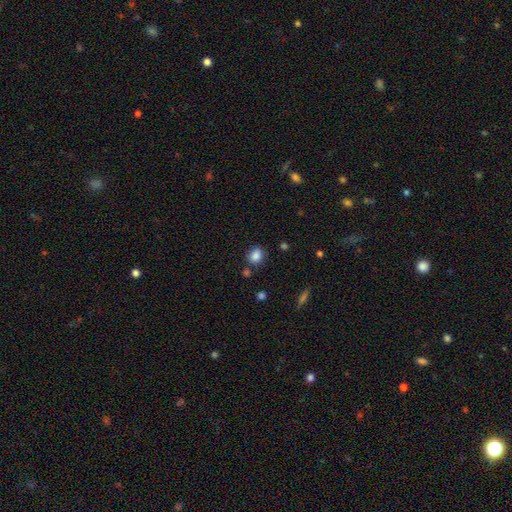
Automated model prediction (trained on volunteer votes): A smooth galaxy with no disk features (85%) that is in between round and cigar-shaped (52%).

Vote fractions:
- Smooth or featured? smooth: 85% / star or artifact: 10% / featured or disk: 5%
- How rounded? in between: 52% / round: 47% / cigar-shaped: 1%
- Merging? none: 75% / minor disturbance: 14% / merger: 8% / major disturbance: 4%